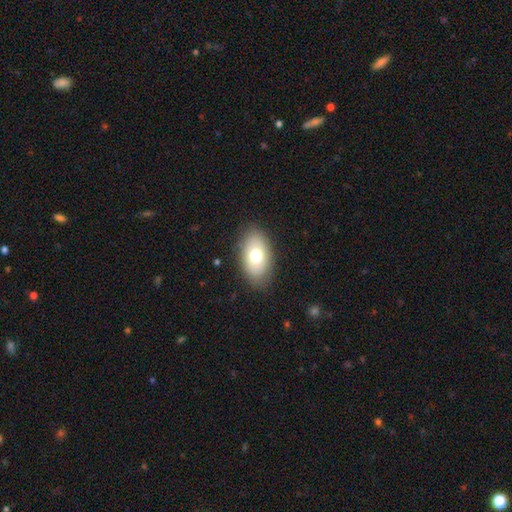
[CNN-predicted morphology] This is likely a smooth galaxy (72%). How rounded: clearly in between (91%). Merging: clearly none (84%).